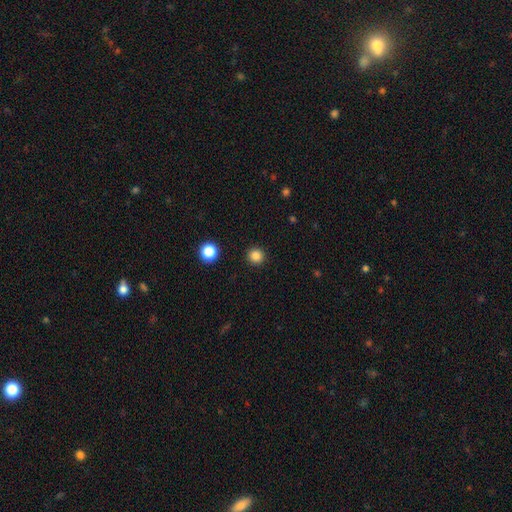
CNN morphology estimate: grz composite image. It shows a smooth galaxy with no disk features (84%) that is round (94%). Merging: none (93%).